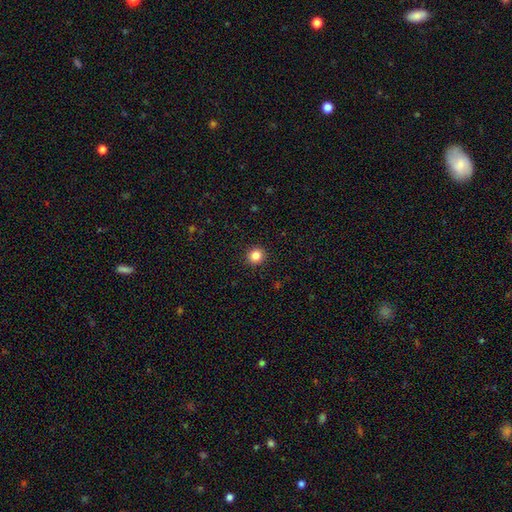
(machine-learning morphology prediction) A smooth galaxy with no disk features (84%) that is round (91%).

Vote fractions:
- Smooth or featured? smooth: 84% / star or artifact: 11% / featured or disk: 4%
- How rounded? round: 91% / in between: 8% / cigar-shaped: 1%
- Merging? none: 93% / minor disturbance: 5% / major disturbance: 2% / merger: 1%